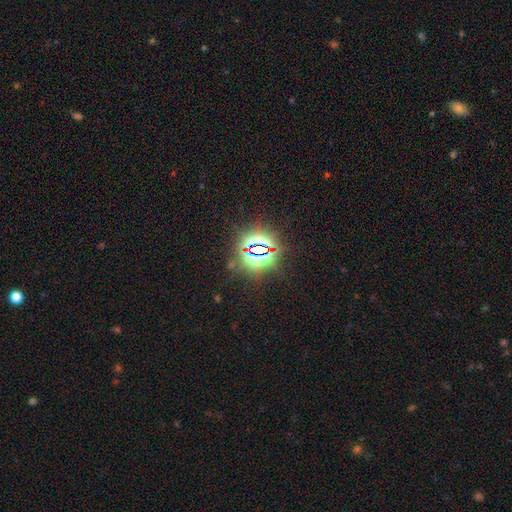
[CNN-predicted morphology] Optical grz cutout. It shows a star or artifact, not a galaxy (78%).